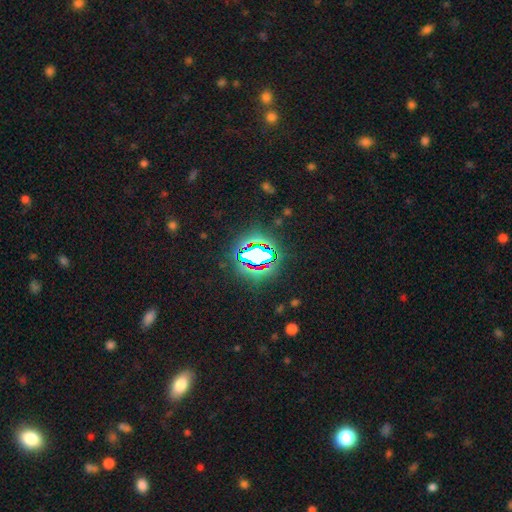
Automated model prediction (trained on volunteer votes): Smooth or featured? Predicted: star or artifact (p=0.70).